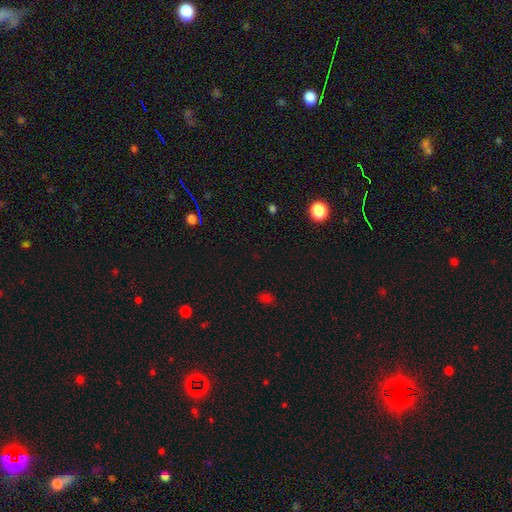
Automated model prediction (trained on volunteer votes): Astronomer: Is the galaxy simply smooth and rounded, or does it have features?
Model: star or artifact — 62%.